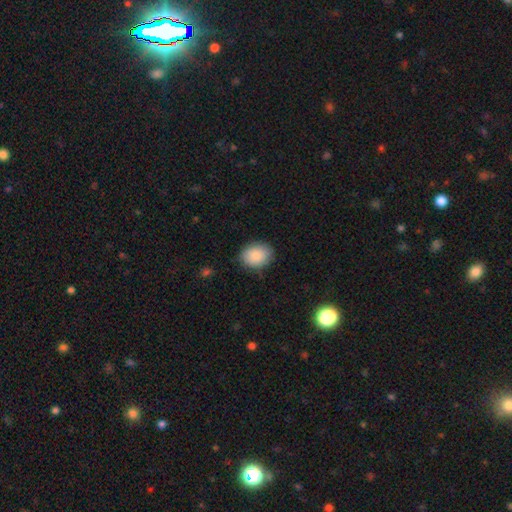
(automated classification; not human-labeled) Smooth or featured: smooth — 88% (star or artifact — 7%)
How rounded: in between — 60% (round — 40%)
Merging: none — 84% (minor disturbance — 12%)